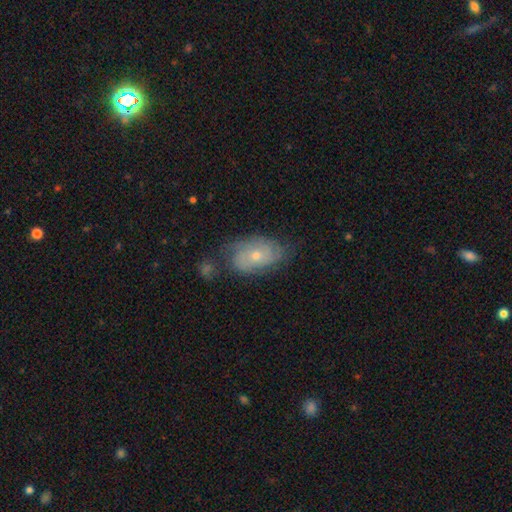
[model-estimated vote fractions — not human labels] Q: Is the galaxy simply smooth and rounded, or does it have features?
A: featured or disk — 62%.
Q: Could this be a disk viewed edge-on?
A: no — 95%.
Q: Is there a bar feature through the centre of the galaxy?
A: no — 82%.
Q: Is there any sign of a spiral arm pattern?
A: yes — 79%.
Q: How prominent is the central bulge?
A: small — 58%.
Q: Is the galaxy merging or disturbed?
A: none — 61%.